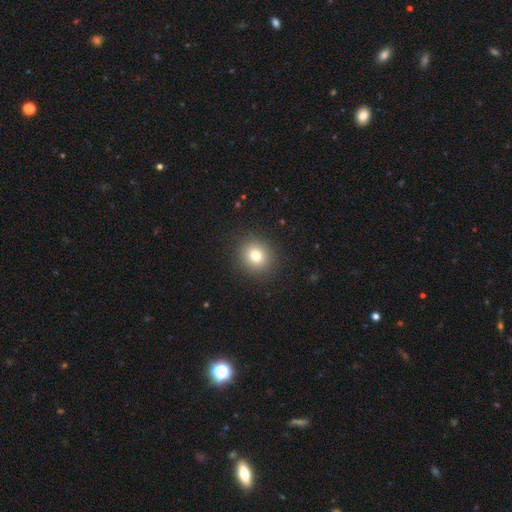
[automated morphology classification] smooth-or-featured: smooth: 78% | star or artifact: 12% | featured or disk: 10%
  how-rounded: round: 87% | in between: 12% | cigar-shaped: 1%
  merging: none: 90% | minor disturbance: 6% | major disturbance: 3% | merger: 1%